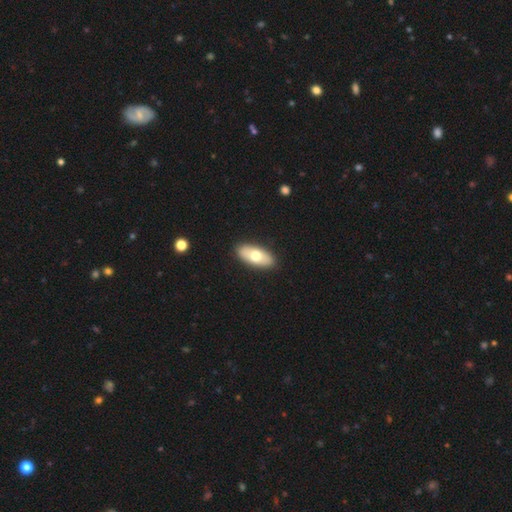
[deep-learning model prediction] Q: Smooth or featured?
A: smooth (66%); runner-up: featured or disk (28%)
Q: How rounded?
A: in between (88%); runner-up: cigar-shaped (9%)
Q: Merging?
A: none (90%); runner-up: minor disturbance (7%)